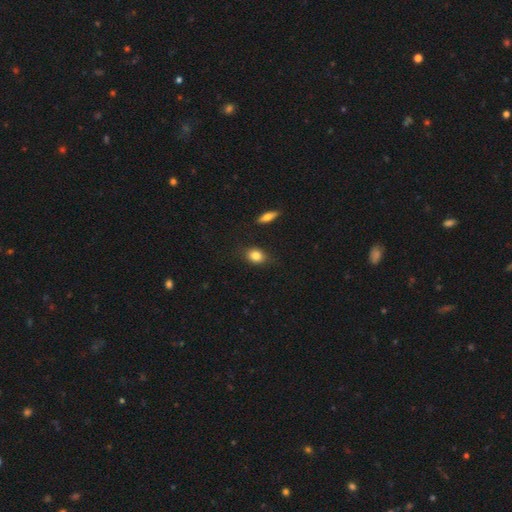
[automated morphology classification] Smooth or featured?
  - smooth: 82% *
  - featured or disk: 9%
  - star or artifact: 9%
How rounded?
  - in between: 66% *
  - round: 32%
  - cigar-shaped: 2%
Merging?
  - none: 80% *
  - minor disturbance: 14%
  - major disturbance: 3%
  - merger: 2%